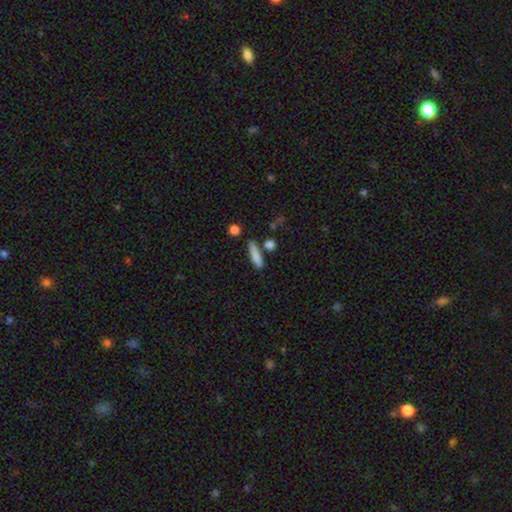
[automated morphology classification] A smooth galaxy with no disk features (80%) that is cigar-shaped (78%). Merging: none (76%).